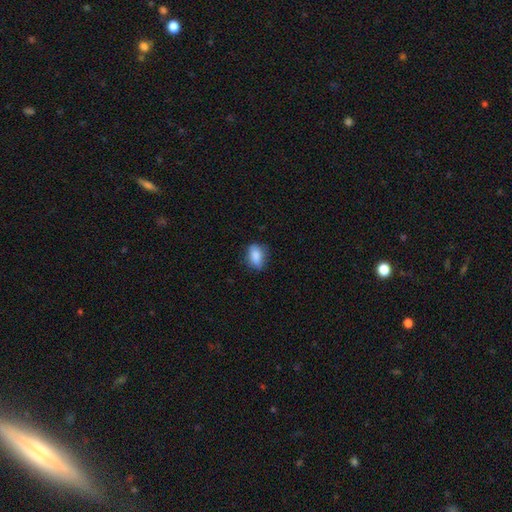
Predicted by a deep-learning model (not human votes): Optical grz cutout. It shows a smooth galaxy with no disk features (86%) that is in between round and cigar-shaped (84%). Merging: none (72%).